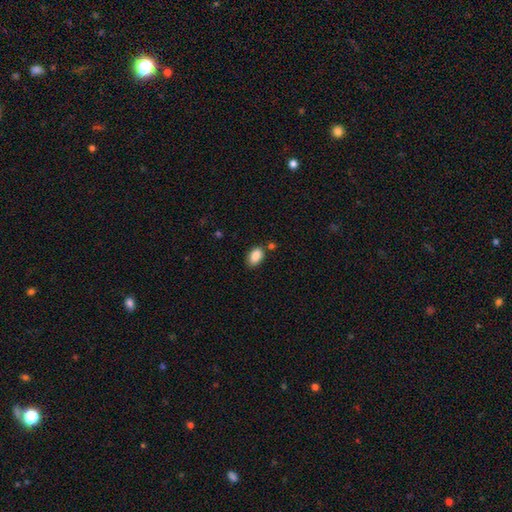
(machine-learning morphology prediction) A smooth galaxy with no disk features (88%) that is in between round and cigar-shaped (91%). Merging: none (77%).